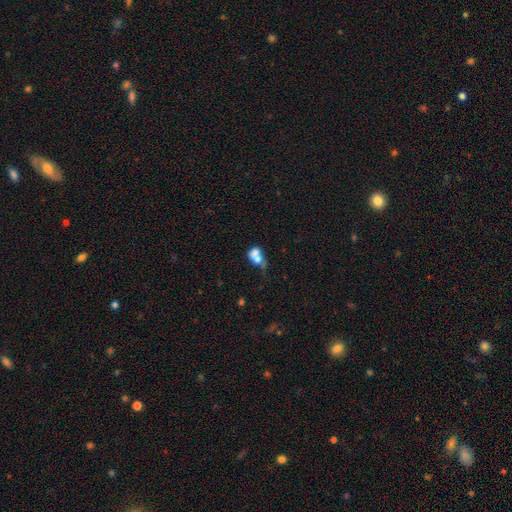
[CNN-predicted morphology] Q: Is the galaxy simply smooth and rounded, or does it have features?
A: smooth — 64%.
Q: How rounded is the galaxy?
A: in between — 51%.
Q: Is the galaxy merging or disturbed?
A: merger — 66%.